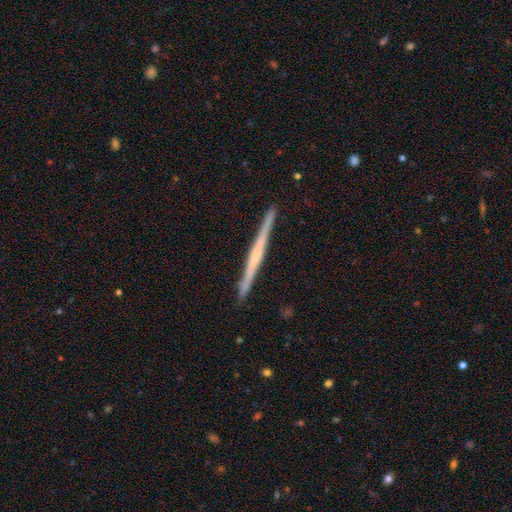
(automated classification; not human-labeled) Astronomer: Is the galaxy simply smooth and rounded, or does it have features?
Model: featured or disk — 70%.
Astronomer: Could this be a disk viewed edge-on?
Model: yes — 98%.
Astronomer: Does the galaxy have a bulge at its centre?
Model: none — 54%.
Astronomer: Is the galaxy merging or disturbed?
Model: none — 92%.